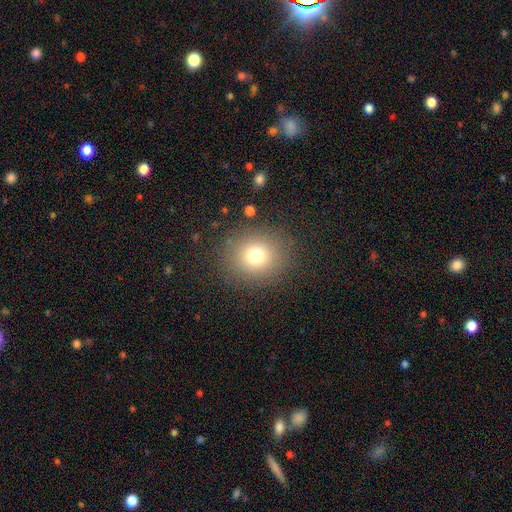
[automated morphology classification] smooth 74%, star or artifact 15%, featured or disk 10%. Down the decision tree: how rounded — round (82%); merging — none (86%).